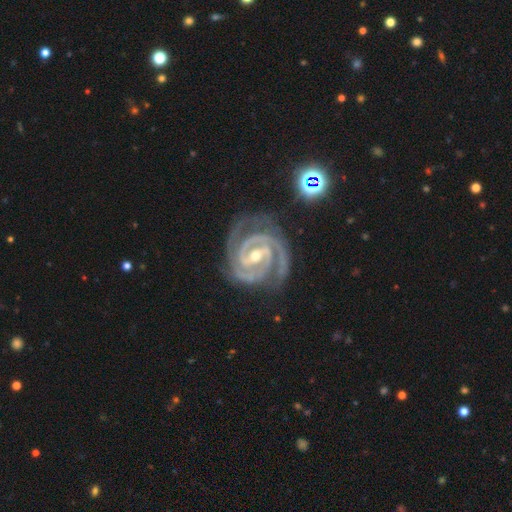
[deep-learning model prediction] Smooth or featured?
  - featured or disk: 94% *
  - star or artifact: 4%
  - smooth: 2%
Edge-on disk?
  - no: 98% *
  - yes: 2%
Bar?
  - strong: 50% *
  - weak: 38%
  - no: 12%
Spiral arms?
  - yes: 99% *
  - no: 1%
Spiral winding?
  - tight: 77% *
  - medium: 21%
  - loose: 2%
Spiral arm count?
  - 2: 69% *
  - 3: 20%
  - can't tell: 3%
  - 4: 3%
  - 1: 2%
  - more than 4: 2%
Bulge size?
  - moderate: 49% *
  - small: 48%
  - large: 1%
  - none: 1%
  - dominant: 1%
Merging?
  - none: 75% *
  - minor disturbance: 17%
  - major disturbance: 6%
  - merger: 2%